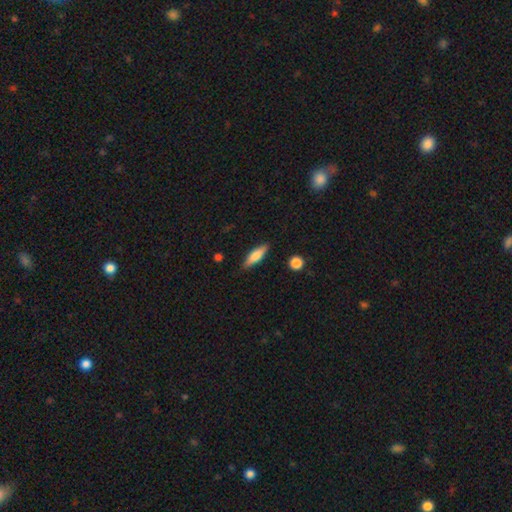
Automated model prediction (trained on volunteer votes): A smooth galaxy with no disk features (68%) that is cigar-shaped (57%).

Vote fractions:
- Smooth or featured? smooth: 68% / featured or disk: 26% / star or artifact: 6%
- How rounded? cigar-shaped: 57% / in between: 40% / round: 2%
- Merging? none: 86% / minor disturbance: 10% / major disturbance: 2% / merger: 2%